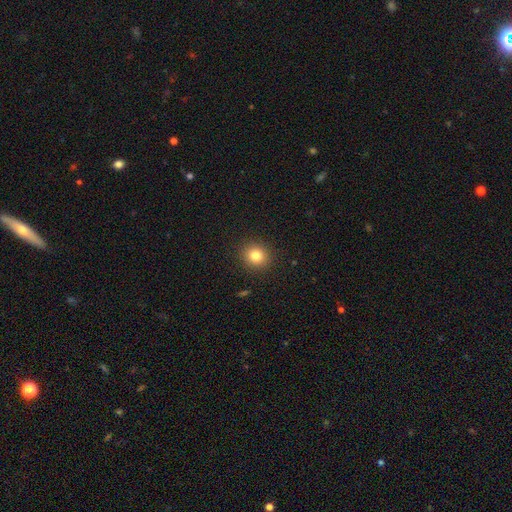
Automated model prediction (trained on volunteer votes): Smooth or featured: smooth — 82% (star or artifact — 12%)
How rounded: round — 83% (in between — 16%)
Merging: none — 91% (minor disturbance — 6%)